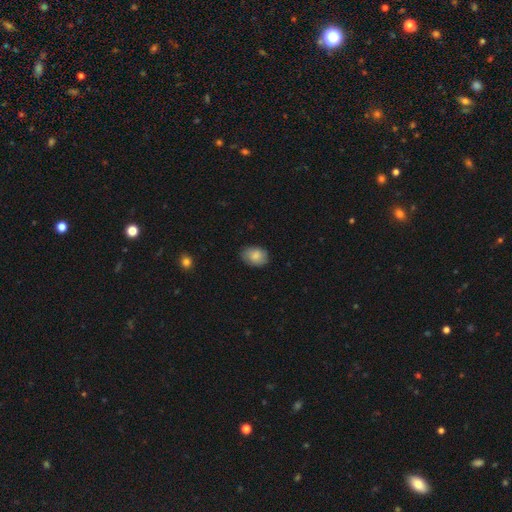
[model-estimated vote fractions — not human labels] The model was most divided on "how rounded": in between: 76%, round: 23%, cigar-shaped: 1%. More confident: smooth or featured — smooth (84%); merging — none (79%).